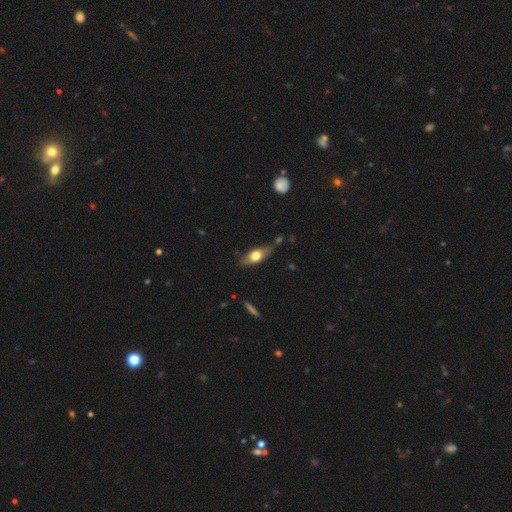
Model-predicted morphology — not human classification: A smooth galaxy with no disk features (55%) that is in between round and cigar-shaped (67%). Merging: none (71%).